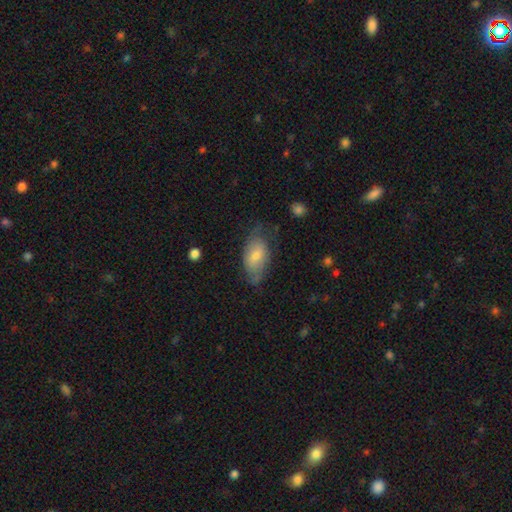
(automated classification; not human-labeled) A smooth galaxy with no disk features (60%) that is in between round and cigar-shaped (91%). Merging: none (53%).